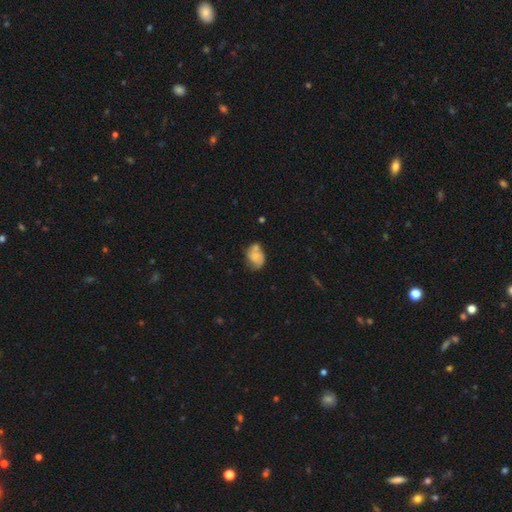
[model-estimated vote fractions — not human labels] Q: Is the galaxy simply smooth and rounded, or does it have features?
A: smooth — 61%.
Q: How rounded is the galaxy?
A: in between — 69%.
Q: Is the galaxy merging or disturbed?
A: none — 40%.